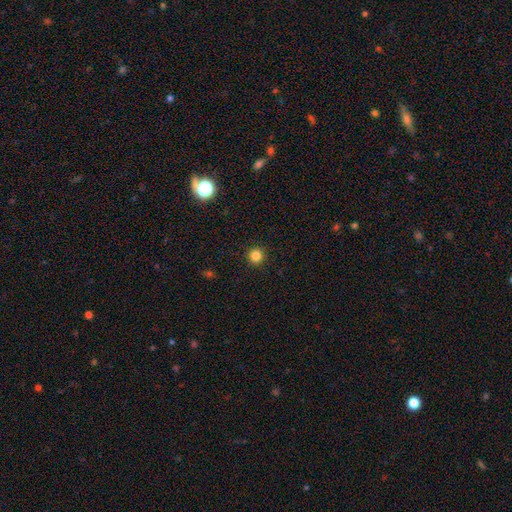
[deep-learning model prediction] Smooth or featured: smooth — 83% (star or artifact — 13%)
How rounded: round — 95% (in between — 4%)
Merging: none — 93% (minor disturbance — 5%)